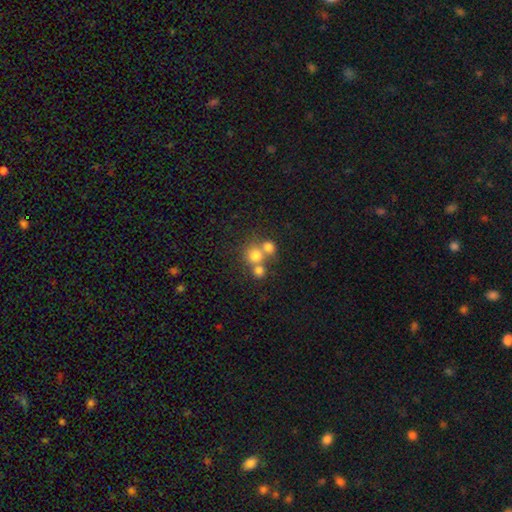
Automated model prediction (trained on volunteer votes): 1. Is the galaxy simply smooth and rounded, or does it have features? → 73% smooth, 14% star or artifact, 13% featured or disk.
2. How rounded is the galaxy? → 86% round, 13% in between, 1% cigar-shaped.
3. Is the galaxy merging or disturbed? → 47% none, 43% merger, 6% minor disturbance, 4% major disturbance.